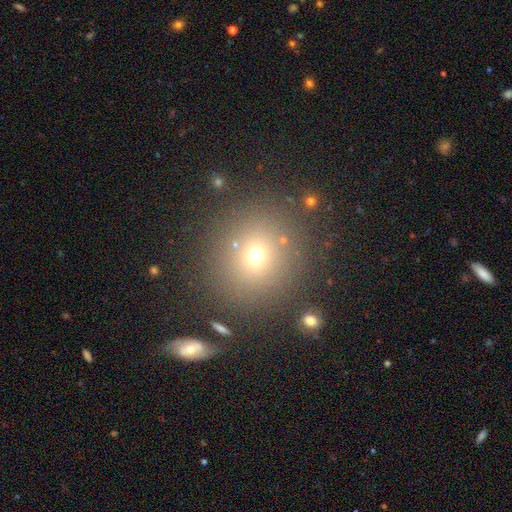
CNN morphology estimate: smooth_or_featured: smooth (p=0.66) [alt: star or artifact p=0.22]
how_rounded: round (p=0.86) [alt: in between p=0.13]
merging: none (p=0.83) [alt: minor disturbance p=0.08]